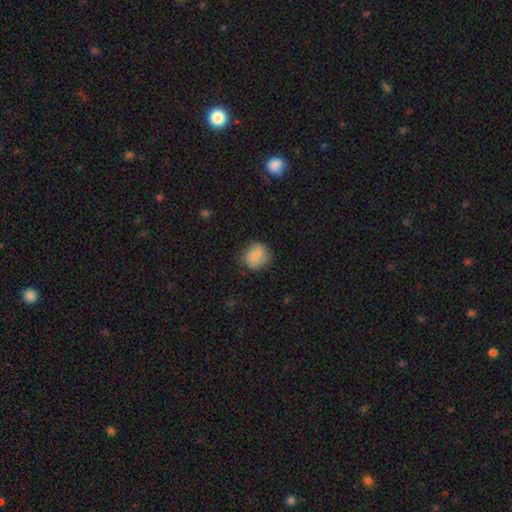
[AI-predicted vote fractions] A smooth galaxy with no disk features (68%) that is round (81%). Merging: none (73%).